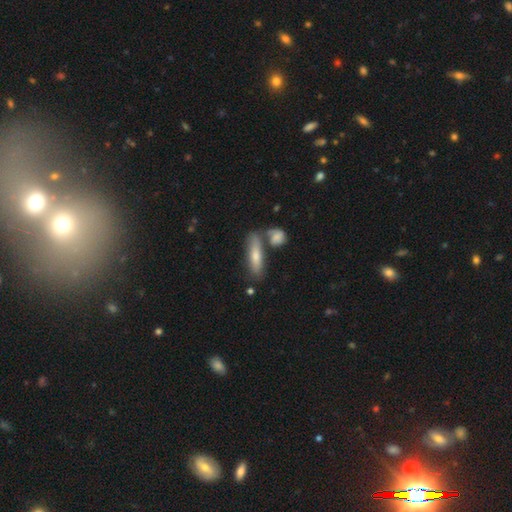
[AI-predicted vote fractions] smooth 62%, featured or disk 30%, star or artifact 7%. Down the decision tree: how rounded — cigar-shaped (64%); merging — none (65%).